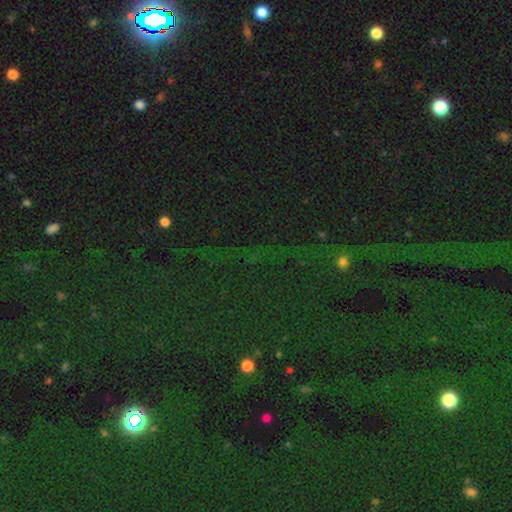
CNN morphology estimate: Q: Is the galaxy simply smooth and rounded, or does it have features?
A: star or artifact — 82%.